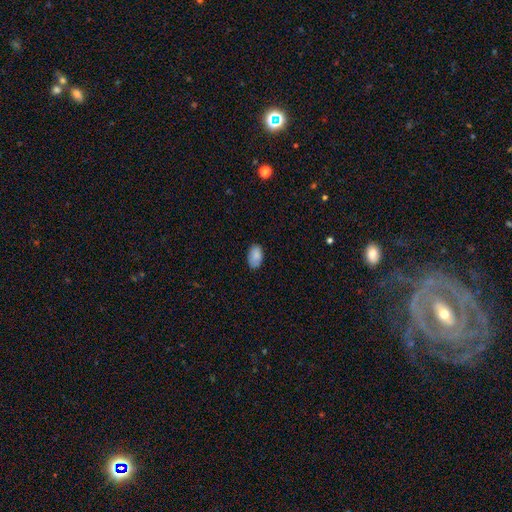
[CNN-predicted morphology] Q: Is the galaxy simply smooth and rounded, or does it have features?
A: smooth — 88%.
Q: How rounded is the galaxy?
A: in between — 93%.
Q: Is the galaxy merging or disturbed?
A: none — 82%.